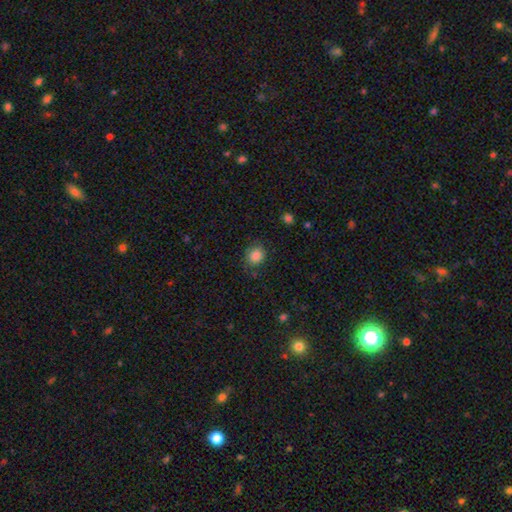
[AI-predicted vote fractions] Overall: smooth (86%). How rounded: round (71%). Merging: none (75%).